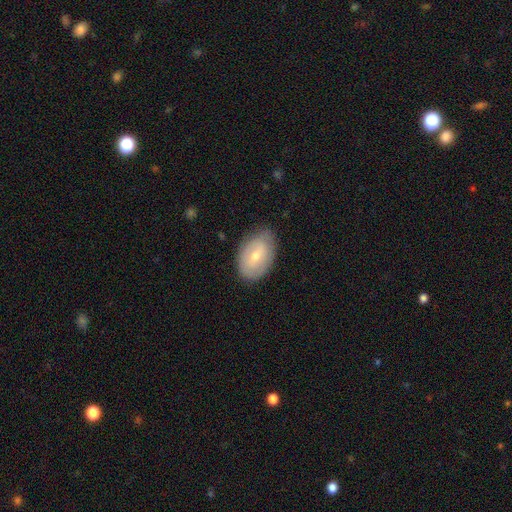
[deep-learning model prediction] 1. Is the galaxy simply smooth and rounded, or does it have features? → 55% smooth, 38% featured or disk, 6% star or artifact.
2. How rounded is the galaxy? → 88% in between, 11% round, 1% cigar-shaped.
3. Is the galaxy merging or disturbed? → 73% none, 21% minor disturbance, 4% major disturbance, 1% merger.